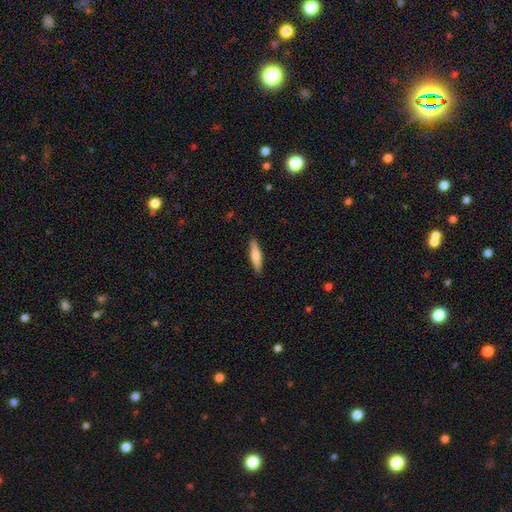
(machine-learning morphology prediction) Smooth or featured? Predicted: smooth (p=0.66). How rounded? Predicted: cigar-shaped (p=0.82). Merging? Predicted: none (p=0.90).